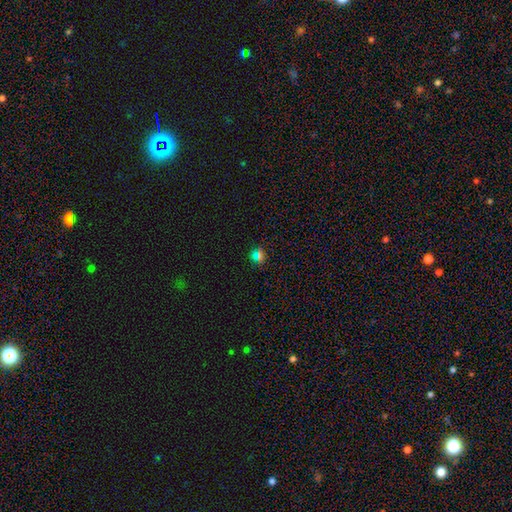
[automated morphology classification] smooth 56%, star or artifact 35%, featured or disk 9%. Down the decision tree: how rounded — round (88%); merging — none (80%).